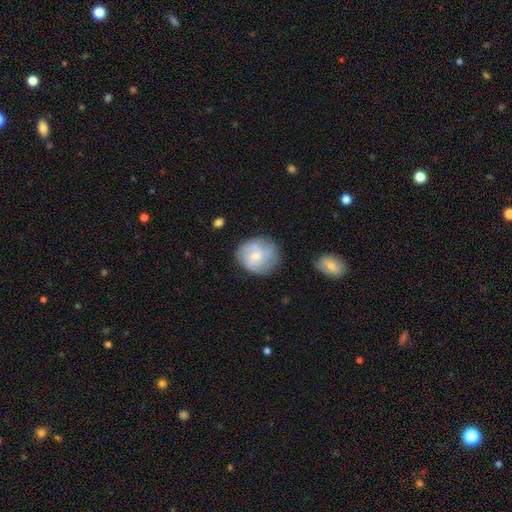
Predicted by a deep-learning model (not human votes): Overall: featured or disk (50%; smooth 43%). Merging: none (72%).